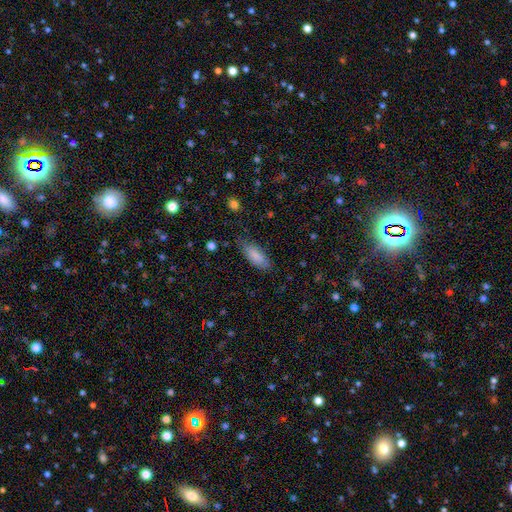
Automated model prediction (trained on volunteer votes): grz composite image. It shows a smooth galaxy with no disk features (85%) that is in between round and cigar-shaped (75%). Merging: none (67%).